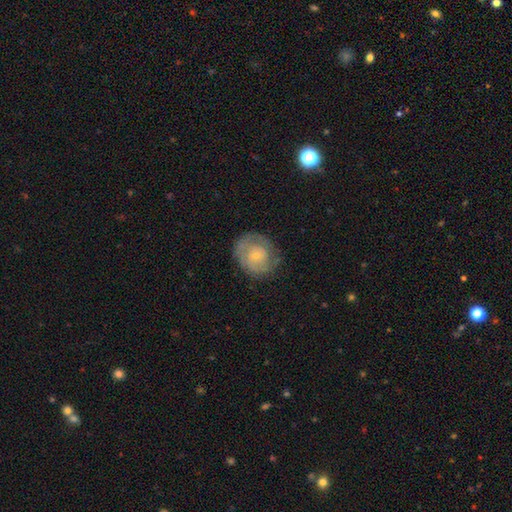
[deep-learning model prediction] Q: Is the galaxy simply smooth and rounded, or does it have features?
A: featured or disk — 59%.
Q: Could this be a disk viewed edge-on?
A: no — 97%.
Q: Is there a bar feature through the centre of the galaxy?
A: no — 78%.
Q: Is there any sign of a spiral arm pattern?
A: yes — 76%.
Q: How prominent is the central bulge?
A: small — 73%.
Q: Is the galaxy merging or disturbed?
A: none — 70%.